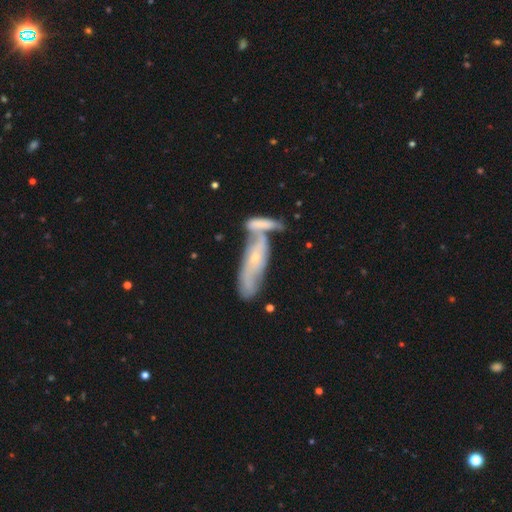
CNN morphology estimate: Smooth or featured? featured or disk (66%)
Edge-on disk? no (70%)
Merging? merger (48%)